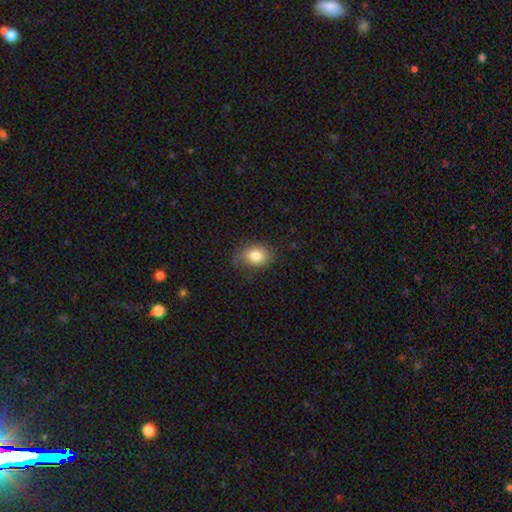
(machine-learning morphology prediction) Overall: smooth (81%). How rounded: in between (70%). Merging: none (73%).